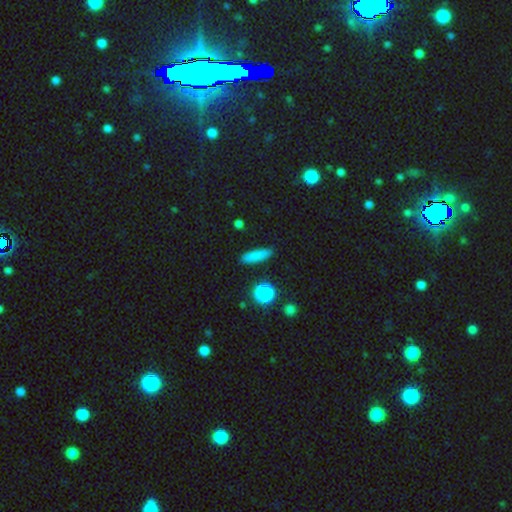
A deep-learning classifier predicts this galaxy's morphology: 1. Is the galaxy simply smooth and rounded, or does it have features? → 81% smooth, 11% star or artifact, 8% featured or disk.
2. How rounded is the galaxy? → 71% cigar-shaped, 24% in between, 5% round.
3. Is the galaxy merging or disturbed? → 87% none, 9% minor disturbance, 2% major disturbance, 2% merger.